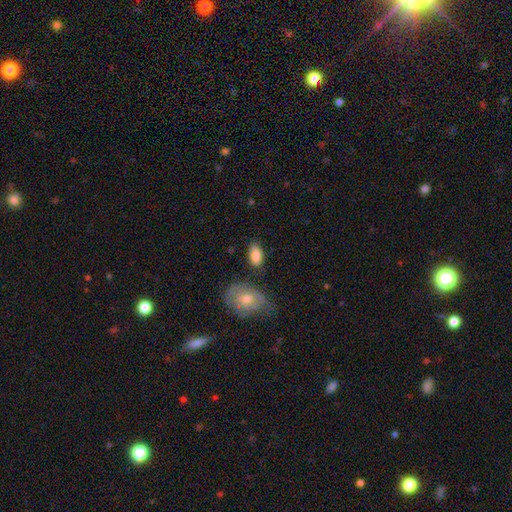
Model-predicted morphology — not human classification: smooth_or_featured: smooth (p=0.84) [alt: featured or disk p=0.09]
how_rounded: in between (p=0.92) [alt: round p=0.05]
merging: none (p=0.70) [alt: minor disturbance p=0.19]